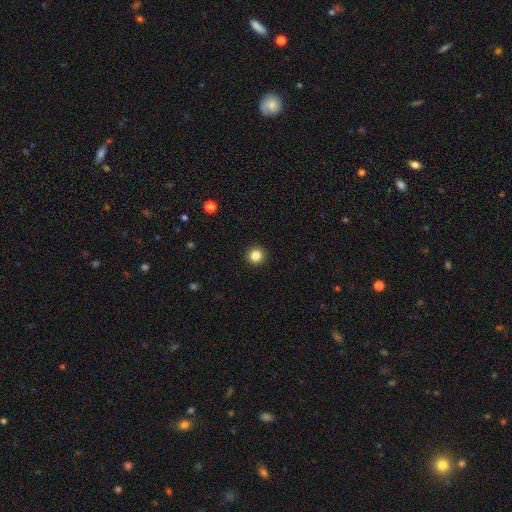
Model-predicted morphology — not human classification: Smooth or featured: smooth — 84% (star or artifact — 11%)
How rounded: round — 95% (in between — 4%)
Merging: none — 93% (minor disturbance — 4%)